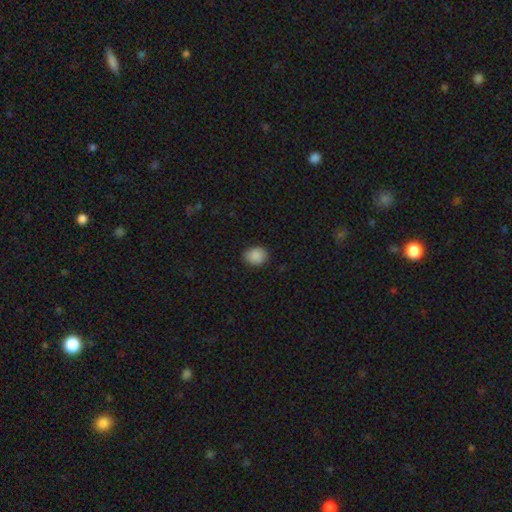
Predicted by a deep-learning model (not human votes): smooth-or-featured: smooth: 89% | star or artifact: 8% | featured or disk: 3%
  how-rounded: round: 60% | in between: 40% | cigar-shaped: 1%
  merging: none: 84% | minor disturbance: 13% | major disturbance: 3% | merger: 1%